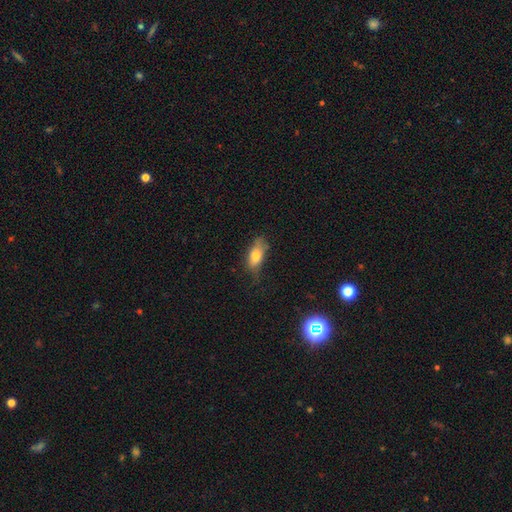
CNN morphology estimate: This is likely a smooth galaxy (76%). How rounded: clearly in between (82%). Merging: possibly none (58%).